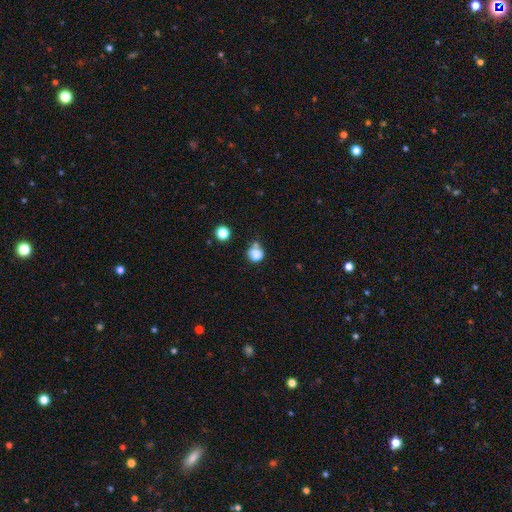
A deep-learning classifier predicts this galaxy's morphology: Smooth or featured?
  - smooth: 81% *
  - star or artifact: 12%
  - featured or disk: 7%
How rounded?
  - round: 87% *
  - in between: 12%
  - cigar-shaped: 1%
Merging?
  - none: 57% *
  - merger: 20%
  - minor disturbance: 17%
  - major disturbance: 6%